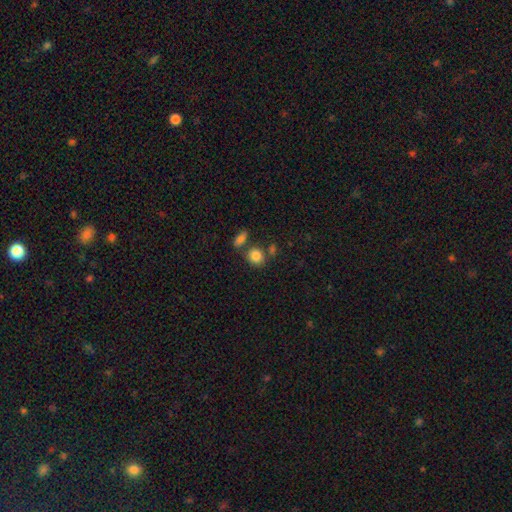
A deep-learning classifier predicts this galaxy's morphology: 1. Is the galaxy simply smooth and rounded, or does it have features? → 84% smooth, 9% star or artifact, 6% featured or disk.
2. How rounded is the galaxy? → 65% round, 34% in between, 2% cigar-shaped.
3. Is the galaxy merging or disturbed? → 63% none, 20% merger, 13% minor disturbance, 4% major disturbance.